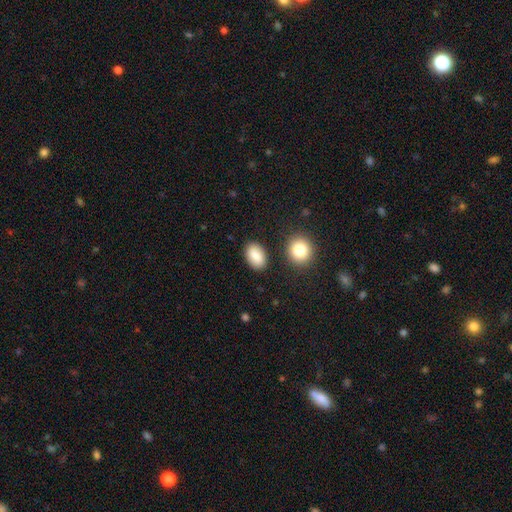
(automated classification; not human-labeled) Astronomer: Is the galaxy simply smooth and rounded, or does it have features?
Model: smooth — 85%.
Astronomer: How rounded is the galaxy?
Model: in between — 87%.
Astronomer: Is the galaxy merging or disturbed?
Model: none — 84%.